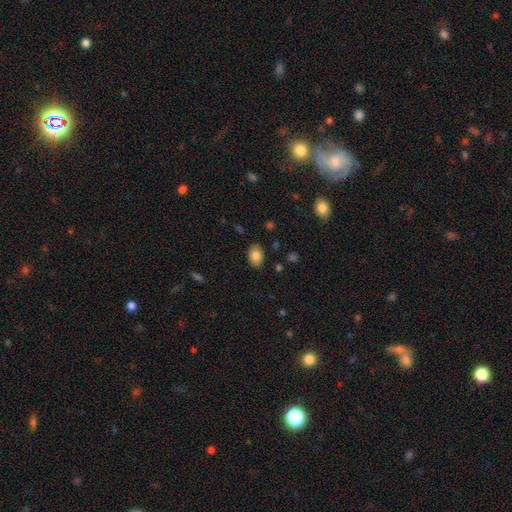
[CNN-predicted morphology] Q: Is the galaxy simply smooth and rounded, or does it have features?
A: smooth — 84%.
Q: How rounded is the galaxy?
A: in between — 85%.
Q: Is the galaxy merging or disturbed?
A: none — 86%.